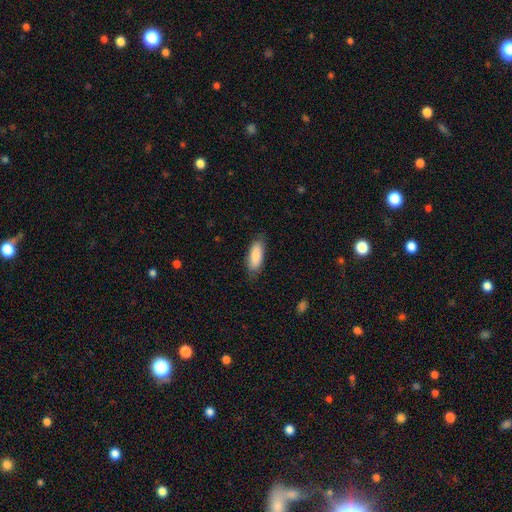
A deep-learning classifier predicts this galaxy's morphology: Smooth or featured?
  - smooth: 86% *
  - featured or disk: 8%
  - star or artifact: 6%
How rounded?
  - in between: 78% *
  - cigar-shaped: 20%
  - round: 2%
Merging?
  - none: 80% *
  - minor disturbance: 16%
  - major disturbance: 3%
  - merger: 1%